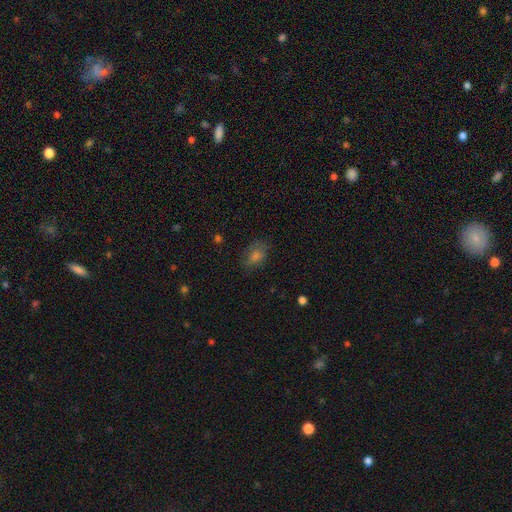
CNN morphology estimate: smooth_or_featured: smooth (p=0.61) [alt: star or artifact p=0.23]
how_rounded: in between (p=0.73) [alt: round p=0.25]
merging: none (p=0.76) [alt: minor disturbance p=0.17]